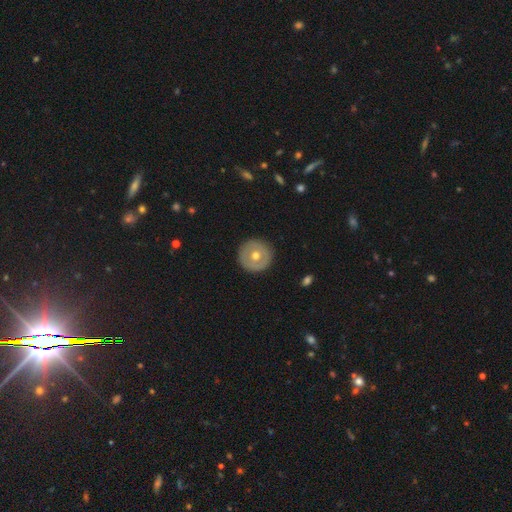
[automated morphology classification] A smooth galaxy with no disk features (49%).

Vote fractions:
- Smooth or featured? smooth: 49% / featured or disk: 45% / star or artifact: 6%
- Merging? none: 91% / minor disturbance: 6% / major disturbance: 2% / merger: 1%